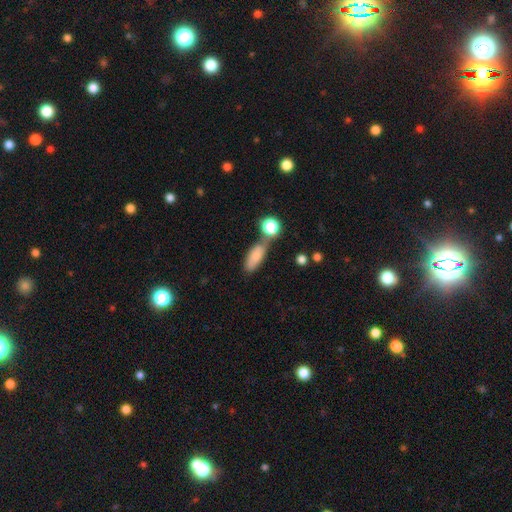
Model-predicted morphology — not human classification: smooth 78%, featured or disk 12%, star or artifact 9%. Down the decision tree: how rounded — in between (72%); merging — none (49%).